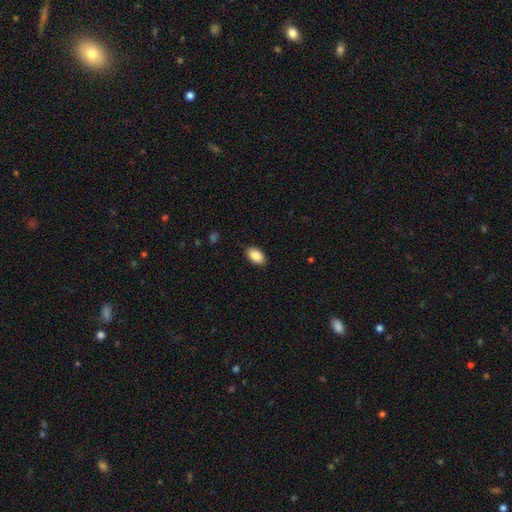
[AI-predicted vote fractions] Smooth or featured: smooth — 88% (star or artifact — 7%)
How rounded: in between — 92% (round — 6%)
Merging: none — 87% (minor disturbance — 10%)